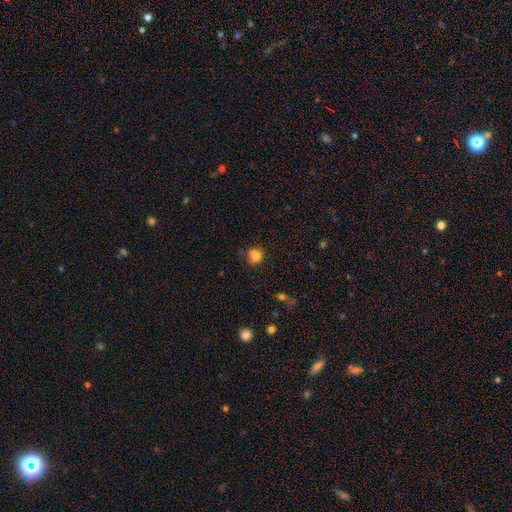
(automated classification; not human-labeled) Smooth or featured? smooth (78%)
How rounded? round (78%)
Merging? none (54%)